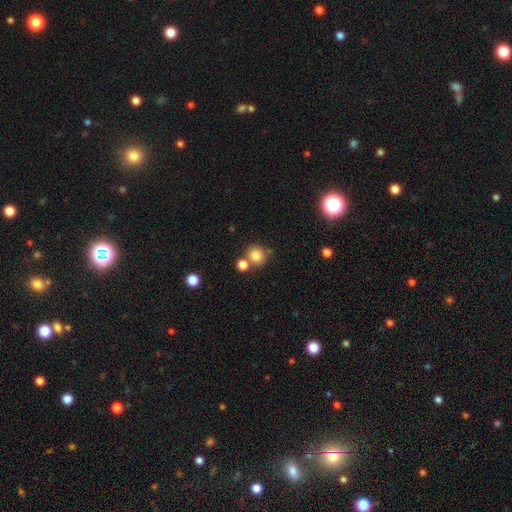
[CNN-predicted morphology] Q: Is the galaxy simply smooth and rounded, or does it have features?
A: smooth — 81%.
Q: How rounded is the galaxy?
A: round — 88%.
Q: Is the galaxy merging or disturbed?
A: none — 66%.